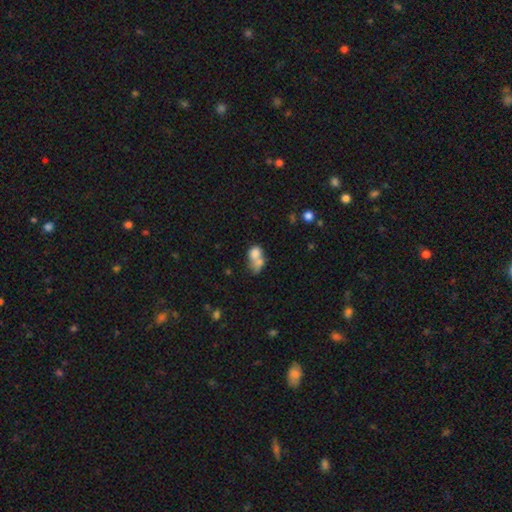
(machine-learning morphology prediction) Smooth or featured? Predicted: smooth (p=0.71). How rounded? Predicted: in between (p=0.61). Merging? Predicted: merger (p=0.65).